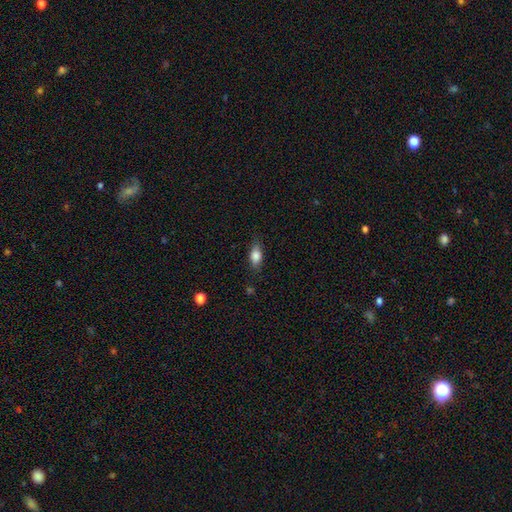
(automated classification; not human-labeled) Smooth or featured: smooth — 81% (featured or disk — 11%)
How rounded: in between — 82% (cigar-shaped — 11%)
Merging: none — 77% (minor disturbance — 17%)